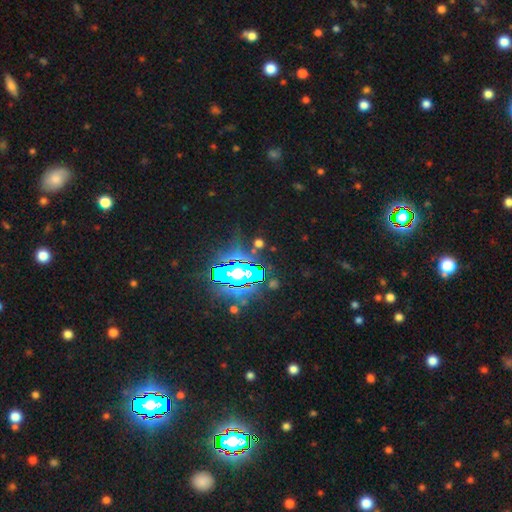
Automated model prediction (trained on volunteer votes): Q: Smooth or featured?
A: star or artifact (84%); runner-up: smooth (9%)